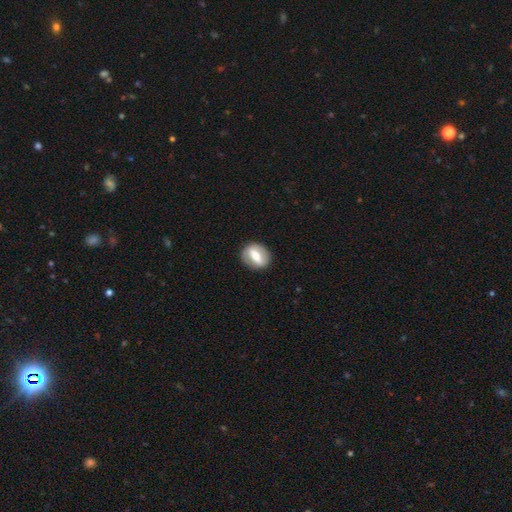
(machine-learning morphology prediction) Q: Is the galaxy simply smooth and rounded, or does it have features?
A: smooth — 47%.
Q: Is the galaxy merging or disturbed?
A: none — 84%.